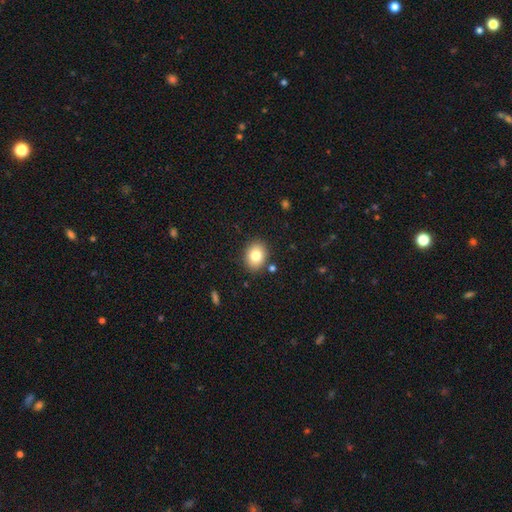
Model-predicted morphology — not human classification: Smooth or featured? Predicted: smooth (p=0.80). How rounded? Predicted: in between (p=0.55). Merging? Predicted: none (p=0.86).